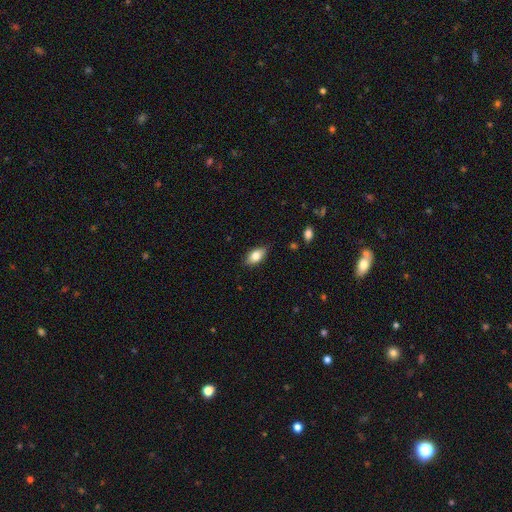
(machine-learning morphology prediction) Smooth or featured: smooth — 78% (featured or disk — 15%)
How rounded: in between — 89% (cigar-shaped — 6%)
Merging: none — 84% (minor disturbance — 13%)